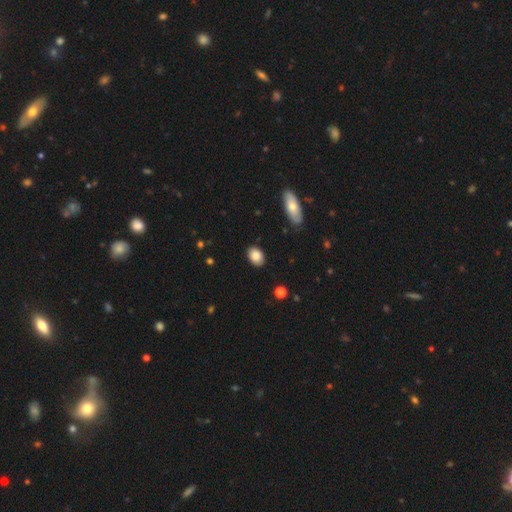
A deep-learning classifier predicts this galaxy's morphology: Smooth or featured: smooth — 87% (star or artifact — 7%)
How rounded: in between — 78% (round — 21%)
Merging: none — 87% (minor disturbance — 9%)